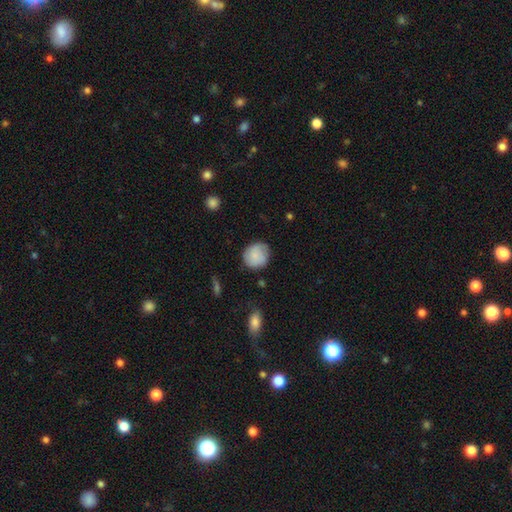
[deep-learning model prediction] smooth-or-featured: smooth: 79% | featured or disk: 14% | star or artifact: 7%
  how-rounded: round: 84% | in between: 15% | cigar-shaped: 1%
  merging: none: 74% | minor disturbance: 20% | major disturbance: 5% | merger: 2%